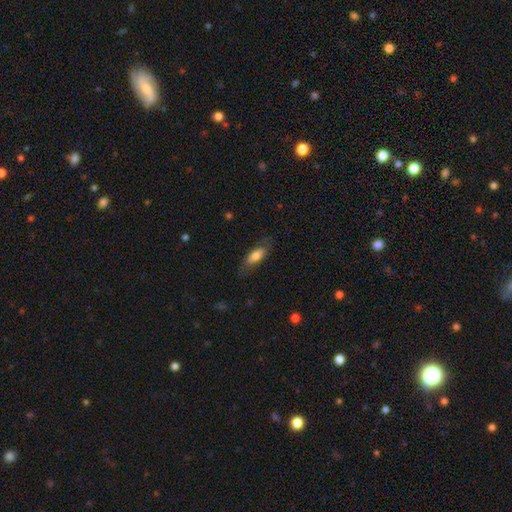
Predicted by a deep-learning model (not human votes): Smooth or featured: smooth — 68% (featured or disk — 25%)
How rounded: in between — 75% (cigar-shaped — 22%)
Merging: none — 72% (minor disturbance — 19%)